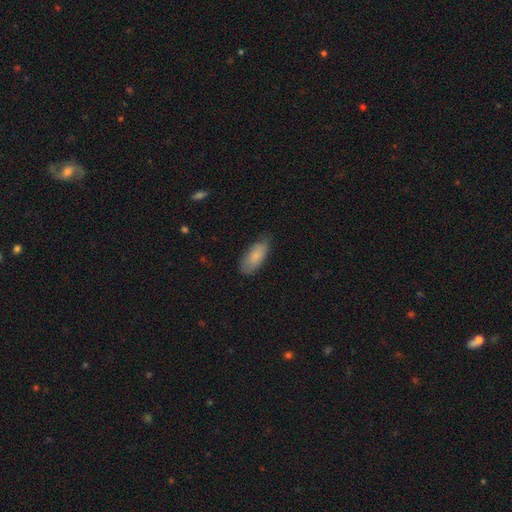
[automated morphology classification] A smooth galaxy with no disk features (81%) that is in between round and cigar-shaped (88%). Merging: none (75%).